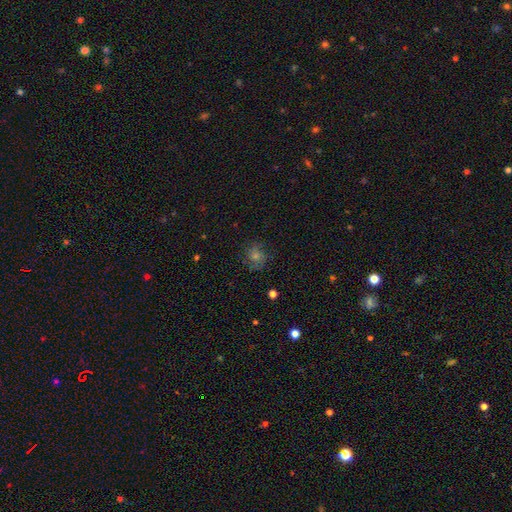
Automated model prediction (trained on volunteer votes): The model was most divided on "smooth or featured": featured or disk: 40%, smooth: 34%, star or artifact: 26%. More confident: merging — none (77%).